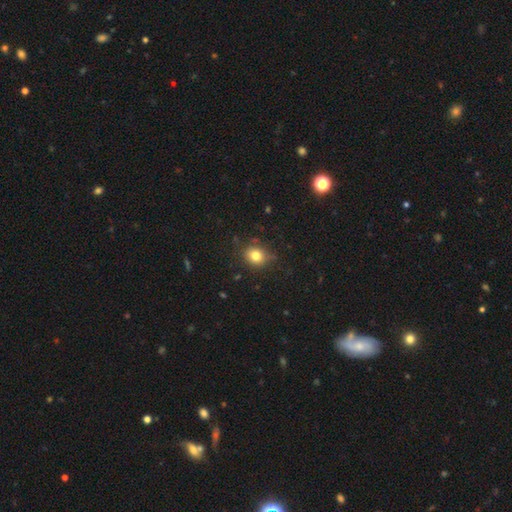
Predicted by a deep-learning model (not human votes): Morphology: type=smooth (80%); roundness=round (72%); merging=none (79%).